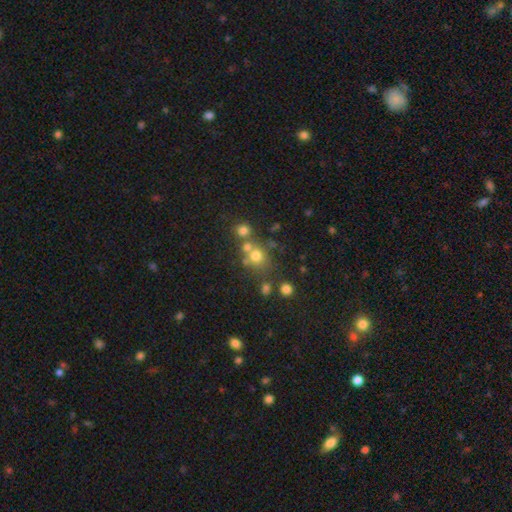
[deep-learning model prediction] smooth 67%, star or artifact 19%, featured or disk 14%. Down the decision tree: how rounded — round (79%); merging — none (53%).